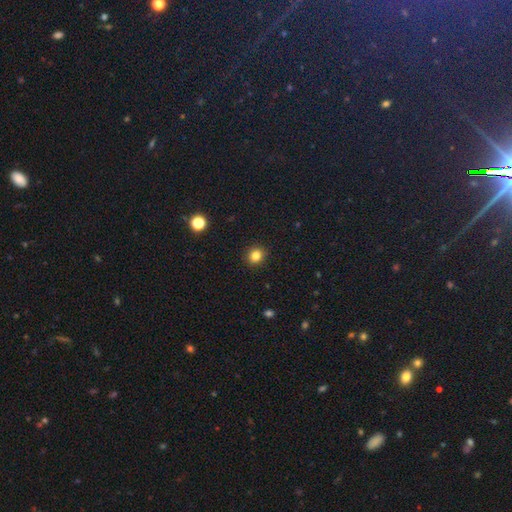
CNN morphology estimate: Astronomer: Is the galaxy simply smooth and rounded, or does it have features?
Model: smooth — 82%.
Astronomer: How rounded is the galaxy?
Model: round — 83%.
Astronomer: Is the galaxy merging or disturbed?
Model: none — 92%.